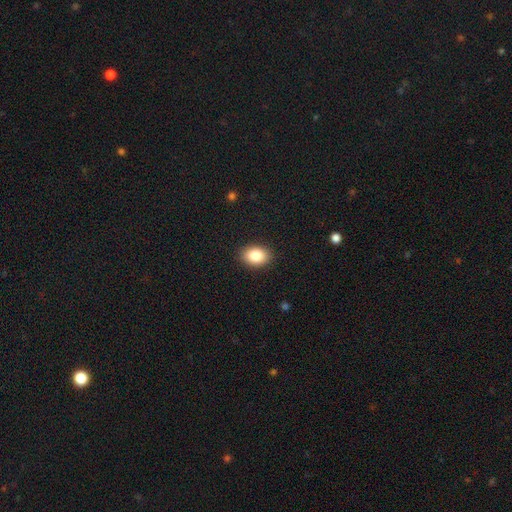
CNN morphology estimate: This is clearly a smooth galaxy (85%). How rounded: likely in between (79%). Merging: clearly none (89%).